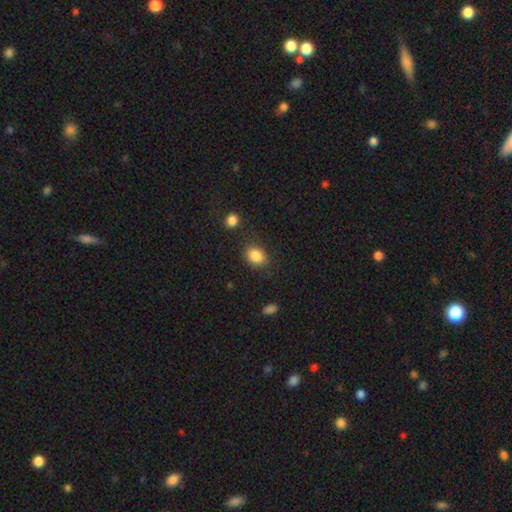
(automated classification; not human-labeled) smooth-or-featured: smooth: 85% | star or artifact: 9% | featured or disk: 5%
  how-rounded: in between: 61% | round: 38% | cigar-shaped: 1%
  merging: none: 78% | minor disturbance: 14% | major disturbance: 4% | merger: 4%